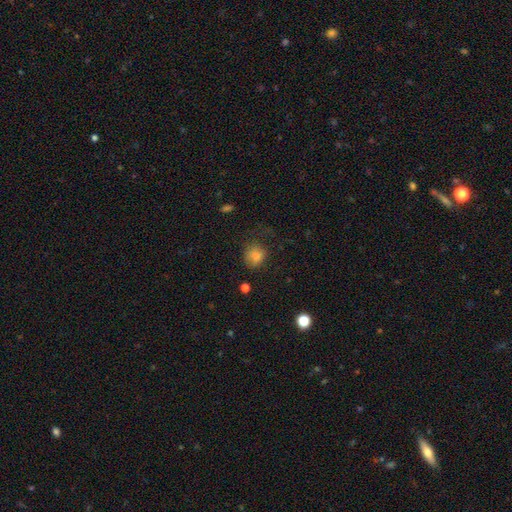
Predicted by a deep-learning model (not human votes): Smooth or featured? smooth (81%)
How rounded? round (71%)
Merging? none (62%)